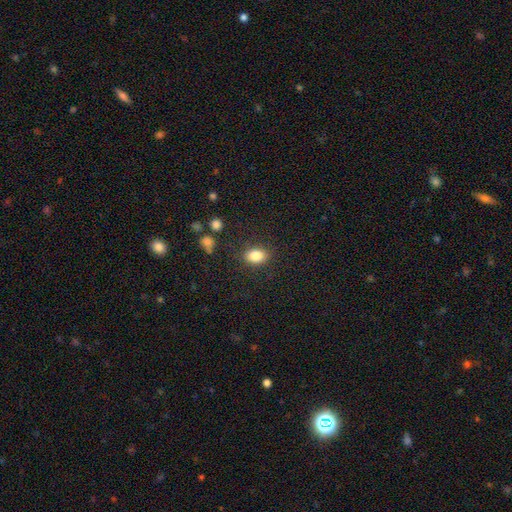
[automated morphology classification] Smooth or featured: smooth — 85% (star or artifact — 9%)
How rounded: in between — 77% (round — 22%)
Merging: none — 82% (minor disturbance — 12%)